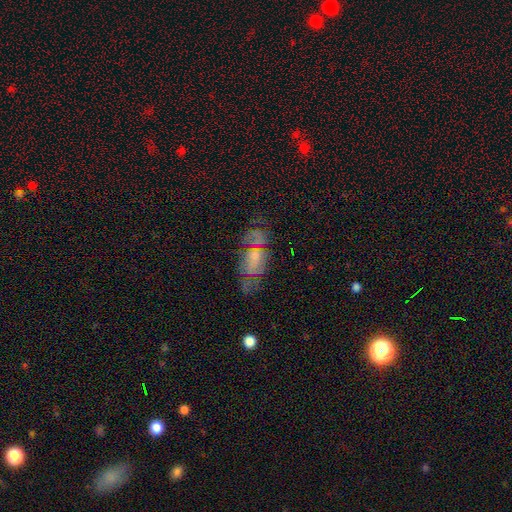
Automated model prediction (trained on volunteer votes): This is possibly a featured or disk galaxy (51%). It is clearly not viewed edge-on (92%). Merging: possibly none (47%).